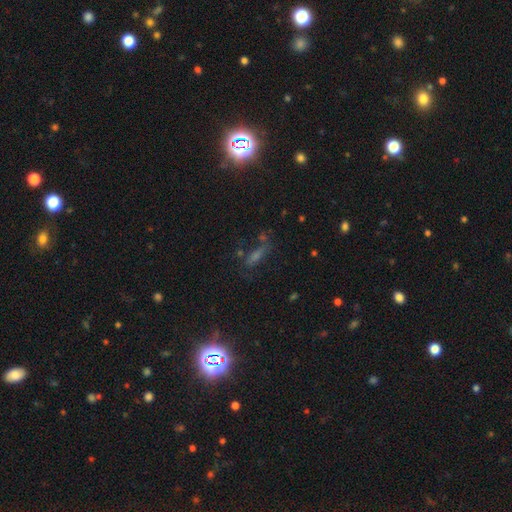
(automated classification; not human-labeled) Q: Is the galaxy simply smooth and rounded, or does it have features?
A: star or artifact — 49%.